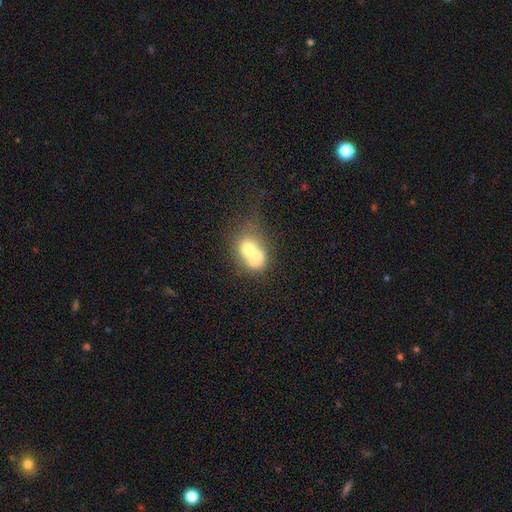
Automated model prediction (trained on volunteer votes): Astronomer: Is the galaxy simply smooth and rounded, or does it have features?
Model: smooth — 62%.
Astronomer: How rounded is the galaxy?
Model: in between — 57% (runner-up: round, 41%).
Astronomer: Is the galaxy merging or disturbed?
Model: merger — 65%.